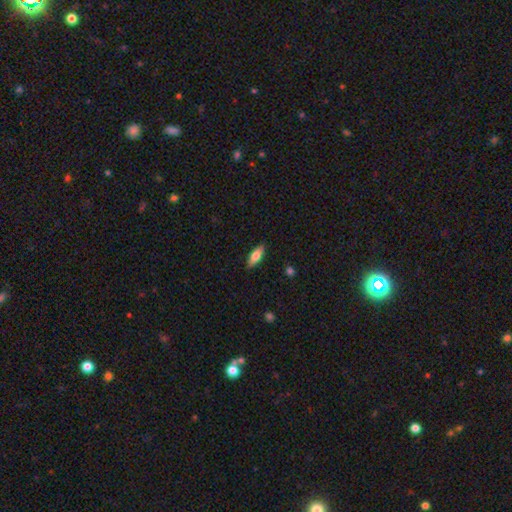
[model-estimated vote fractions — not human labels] A smooth galaxy with no disk features (69%) that is in between round and cigar-shaped (68%). Merging: none (88%).